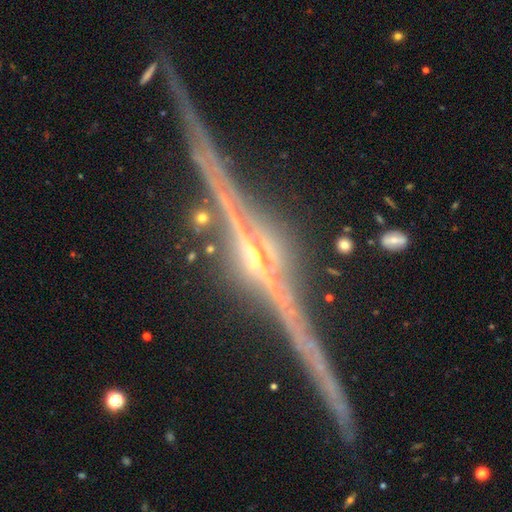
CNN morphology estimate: Smooth or featured?
  - featured or disk: 91% *
  - star or artifact: 6%
  - smooth: 3%
Edge-on disk?
  - yes: 98% *
  - no: 2%
Edge-on bulge?
  - rounded: 81% *
  - boxy: 11%
  - none: 8%
Merging?
  - none: 90% *
  - minor disturbance: 7%
  - major disturbance: 2%
  - merger: 2%